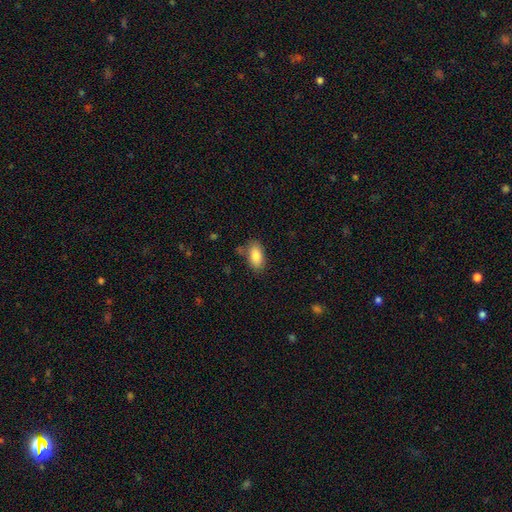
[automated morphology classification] Smooth or featured?
  - smooth: 85% *
  - featured or disk: 8%
  - star or artifact: 7%
How rounded?
  - in between: 92% *
  - round: 4%
  - cigar-shaped: 4%
Merging?
  - none: 76% *
  - minor disturbance: 16%
  - merger: 5%
  - major disturbance: 4%